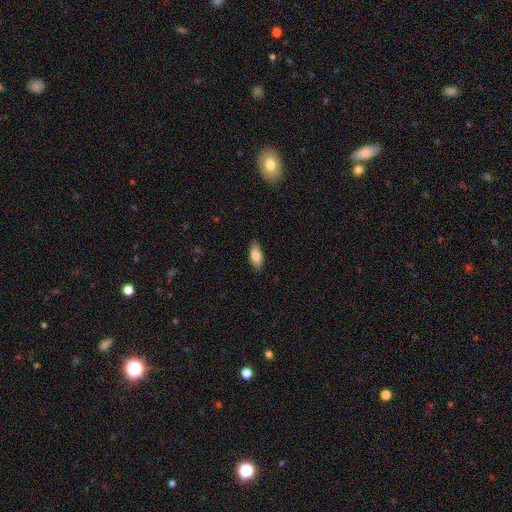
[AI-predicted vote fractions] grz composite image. It shows a smooth galaxy with no disk features (82%) that is in between round and cigar-shaped (81%). Merging: none (86%).